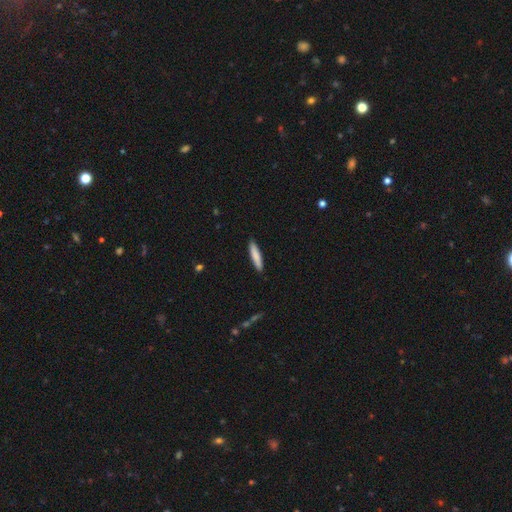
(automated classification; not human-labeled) A smooth galaxy with no disk features (82%) that is cigar-shaped (87%). Merging: none (89%).